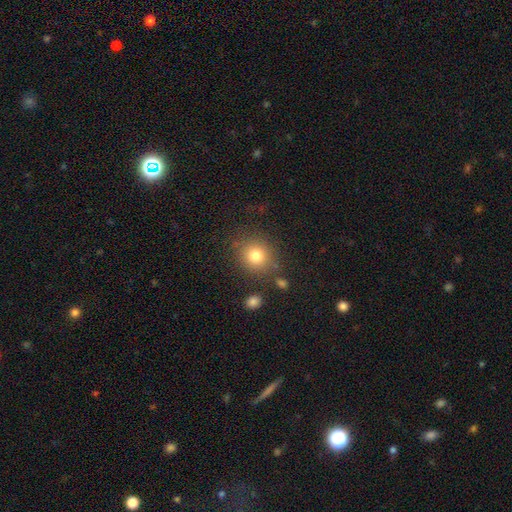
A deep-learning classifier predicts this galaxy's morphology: Smooth or featured? Predicted: smooth (p=0.79). How rounded? Predicted: round (p=0.86). Merging? Predicted: none (p=0.82).